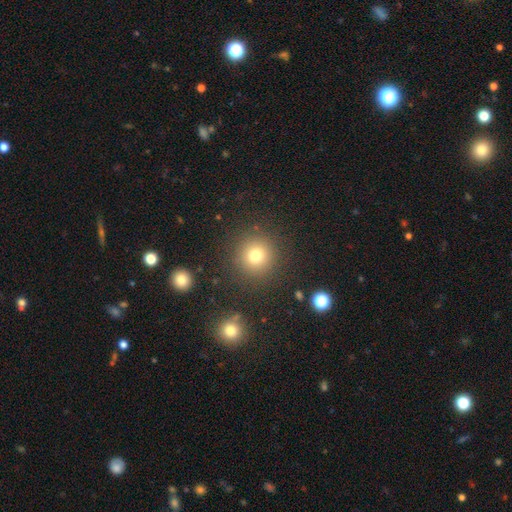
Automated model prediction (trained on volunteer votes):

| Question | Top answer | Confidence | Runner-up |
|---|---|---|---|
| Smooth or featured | smooth | 76% | star or artifact (15%) |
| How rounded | round | 93% | in between (6%) |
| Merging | none | 88% | minor disturbance (7%) |